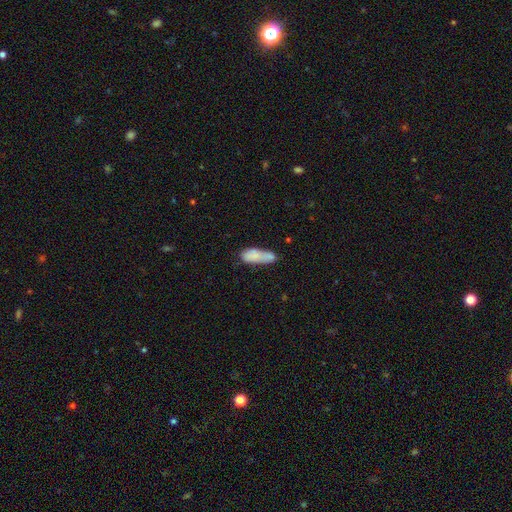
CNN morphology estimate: smooth_or_featured: smooth (p=0.74) [alt: featured or disk p=0.18]
how_rounded: in between (p=0.58) [alt: cigar-shaped p=0.39]
merging: none (p=0.42) [alt: minor disturbance p=0.25]